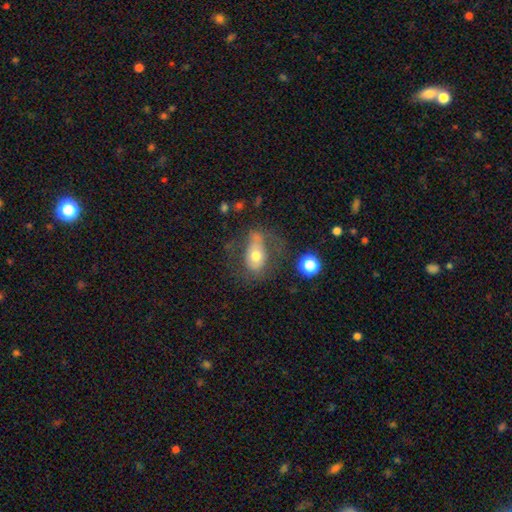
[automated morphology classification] This appears to be a smooth galaxy with no disk features (50%). Merging: none (46%).